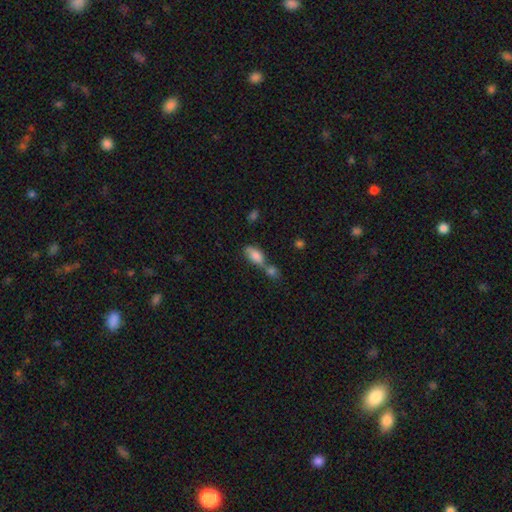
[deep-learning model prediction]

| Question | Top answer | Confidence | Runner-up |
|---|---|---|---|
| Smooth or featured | smooth | 80% | featured or disk (12%) |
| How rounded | in between | 85% | cigar-shaped (9%) |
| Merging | merger | 56% | none (26%) |